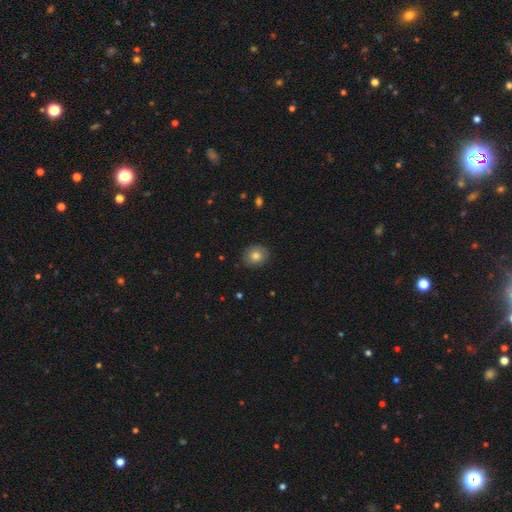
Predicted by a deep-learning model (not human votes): Q: Smooth or featured?
A: smooth (81%); runner-up: featured or disk (10%)
Q: How rounded?
A: round (68%); runner-up: in between (31%)
Q: Merging?
A: none (87%); runner-up: minor disturbance (9%)